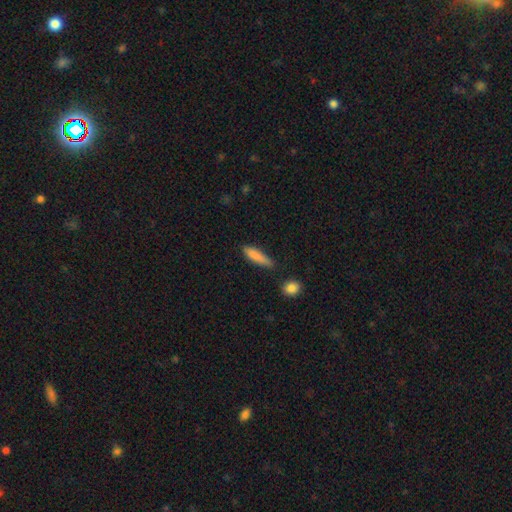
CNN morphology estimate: A smooth galaxy with no disk features (84%) that is cigar-shaped (73%). Merging: none (71%).